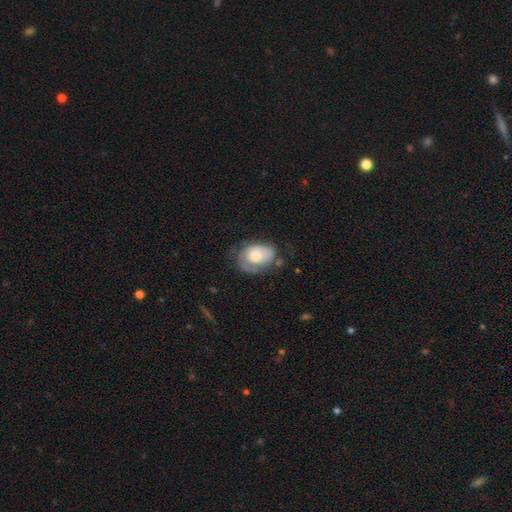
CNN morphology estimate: A smooth galaxy with no disk features (49%). Merging: none (42%).